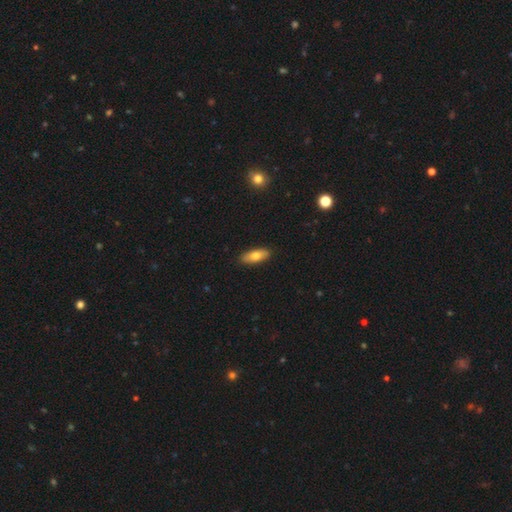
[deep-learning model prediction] Smooth or featured? Predicted: smooth (p=0.72). How rounded? Predicted: in between (p=0.68). Merging? Predicted: none (p=0.89).